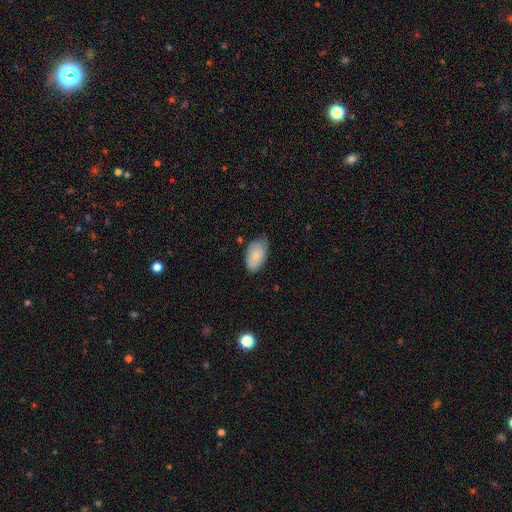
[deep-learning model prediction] smooth_or_featured: smooth (p=0.82) [alt: featured or disk p=0.12]
how_rounded: in between (p=0.94) [alt: round p=0.04]
merging: none (p=0.69) [alt: minor disturbance p=0.26]